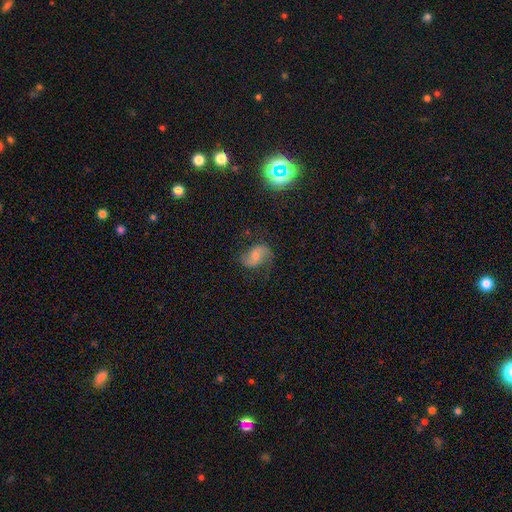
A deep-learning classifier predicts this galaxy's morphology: Smooth or featured?
  - featured or disk: 63% *
  - smooth: 27%
  - star or artifact: 10%
Edge-on disk?
  - no: 97% *
  - yes: 3%
Bar?
  - weak: 44% *
  - no: 40%
  - strong: 16%
Spiral arms?
  - yes: 92% *
  - no: 8%
Spiral winding?
  - loose: 56% *
  - medium: 34%
  - tight: 9%
Spiral arm count?
  - 2: 88% *
  - can't tell: 5%
  - 1: 4%
  - 3: 1%
  - 4: 1%
  - more than 4: 1%
Bulge size?
  - small: 41% *
  - moderate: 35%
  - none: 17%
  - large: 6%
  - dominant: 2%
Merging?
  - none: 67% *
  - minor disturbance: 19%
  - major disturbance: 12%
  - merger: 2%